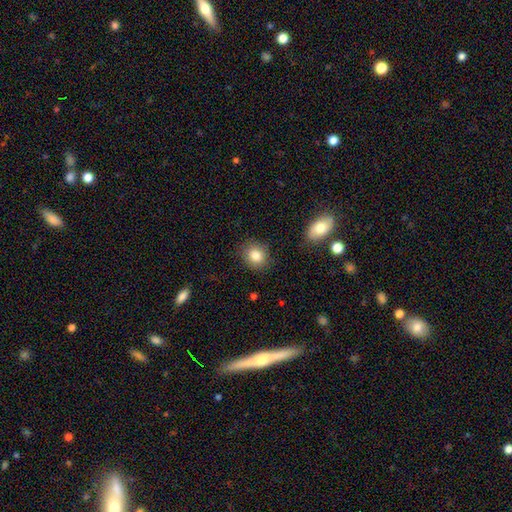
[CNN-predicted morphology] type=smooth (83%); roundness=round (67%); merging=none (85%).